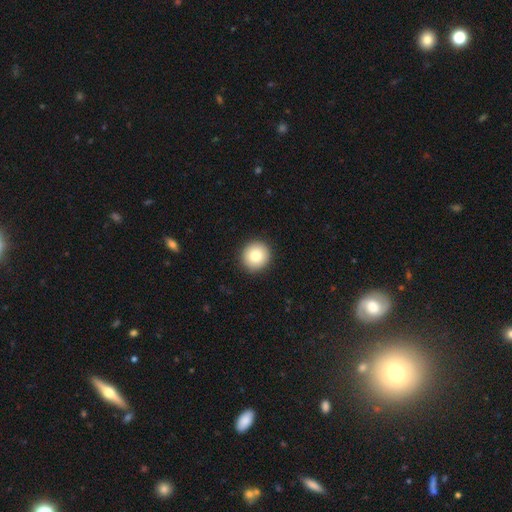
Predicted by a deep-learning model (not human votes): Smooth or featured: smooth — 82% (featured or disk — 9%)
How rounded: round — 93% (in between — 6%)
Merging: none — 92% (minor disturbance — 5%)